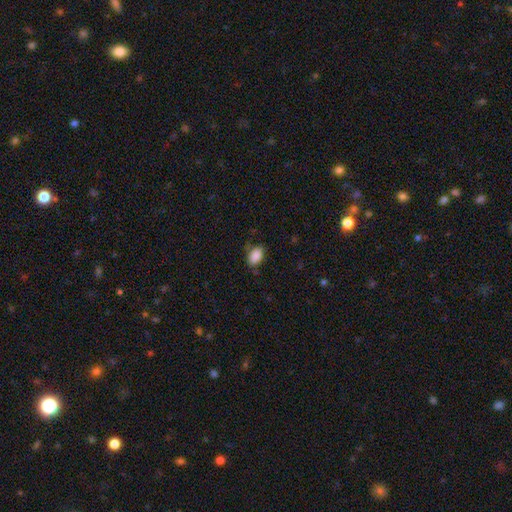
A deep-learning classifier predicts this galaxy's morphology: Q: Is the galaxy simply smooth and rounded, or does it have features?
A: smooth — 88%.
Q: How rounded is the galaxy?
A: in between — 89%.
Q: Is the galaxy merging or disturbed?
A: none — 72%.